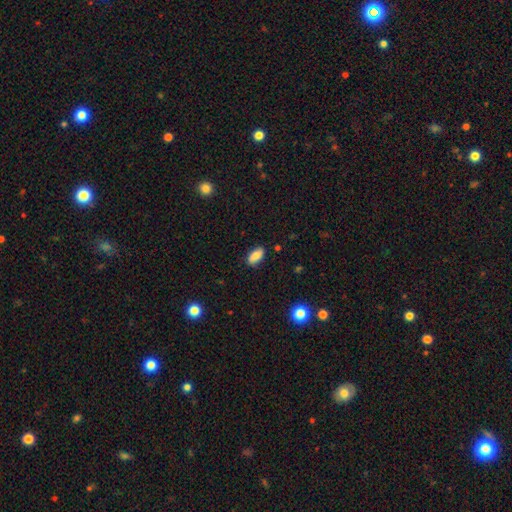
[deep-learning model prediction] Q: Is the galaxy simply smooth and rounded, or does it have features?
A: smooth — 82%.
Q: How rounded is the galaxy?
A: in between — 89%.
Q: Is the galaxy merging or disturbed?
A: none — 83%.